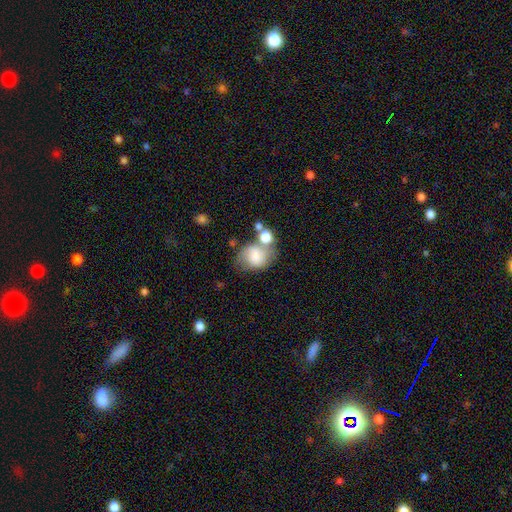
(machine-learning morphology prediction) A smooth galaxy with no disk features (68%) that is in between round and cigar-shaped (50%).

Vote fractions:
- Smooth or featured? smooth: 68% / featured or disk: 23% / star or artifact: 10%
- How rounded? in between: 50% / round: 49% / cigar-shaped: 1%
- Merging? none: 40% / merger: 30% / minor disturbance: 20% / major disturbance: 11%